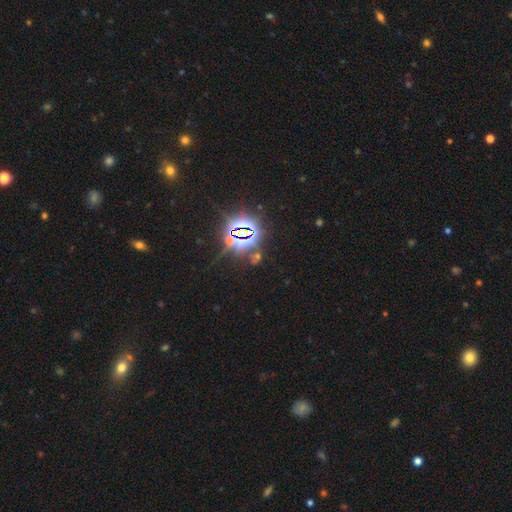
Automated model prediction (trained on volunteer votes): star or artifact 82%, smooth 10%, featured or disk 8%.